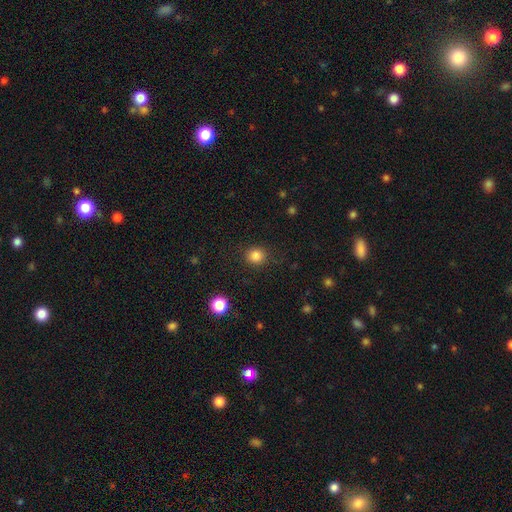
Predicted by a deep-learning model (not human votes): A smooth galaxy with no disk features (84%) that is round (88%).

Vote fractions:
- Smooth or featured? smooth: 84% / star or artifact: 12% / featured or disk: 4%
- How rounded? round: 88% / in between: 11% / cigar-shaped: 1%
- Merging? none: 88% / minor disturbance: 8% / major disturbance: 3% / merger: 1%